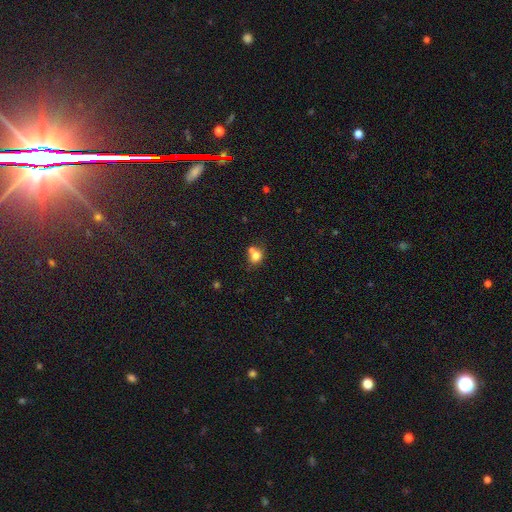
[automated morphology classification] smooth-or-featured: smooth: 76% | featured or disk: 13% | star or artifact: 12%
  how-rounded: round: 65% | in between: 34% | cigar-shaped: 1%
  merging: merger: 45% | none: 40% | minor disturbance: 10% | major disturbance: 4%